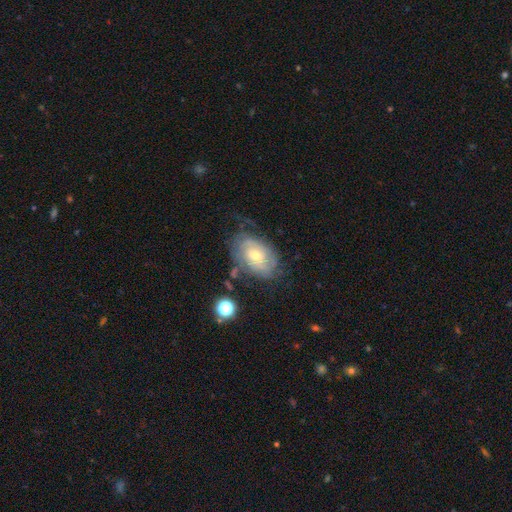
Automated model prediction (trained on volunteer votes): A featured or disk galaxy (75%) with no bar (56%), tight (67%) spiral arms (89%) and a moderate central bulge (50%).

Vote fractions:
- Smooth or featured? featured or disk: 75% / smooth: 17% / star or artifact: 7%
- Edge-on disk? no: 96% / yes: 4%
- Bar? no: 56% / weak: 37% / strong: 7%
- Spiral arms? yes: 89% / no: 11%
- Spiral winding? tight: 67% / medium: 25% / loose: 8%
- Spiral arm count? can't tell: 48% / 2: 27% / 3: 11% / 4: 5% / 1: 4% / more than 4: 3%
- Bulge size? moderate: 50% / small: 46% / large: 2% / none: 1% / dominant: 1%
- Merging? none: 61% / minor disturbance: 24% / major disturbance: 12% / merger: 3%